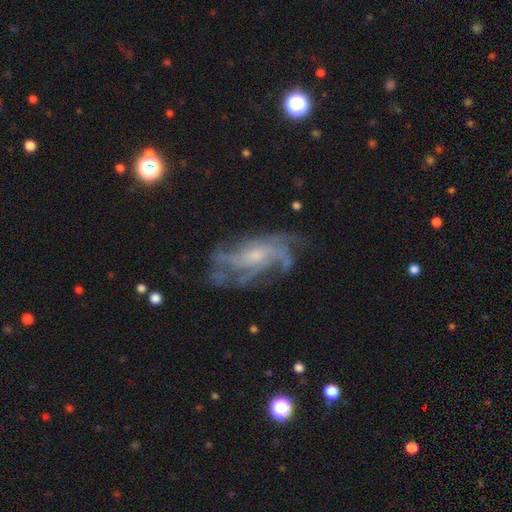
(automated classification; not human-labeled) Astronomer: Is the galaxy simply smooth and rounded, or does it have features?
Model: featured or disk — 84%.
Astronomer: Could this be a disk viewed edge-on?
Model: no — 94%.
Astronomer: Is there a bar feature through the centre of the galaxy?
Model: no — 64%.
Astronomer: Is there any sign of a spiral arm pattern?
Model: yes — 93%.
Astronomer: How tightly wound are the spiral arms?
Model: medium — 44% (runner-up: tight, 37%).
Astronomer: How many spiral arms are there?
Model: can't tell — 29% (runner-up: 4, 26%).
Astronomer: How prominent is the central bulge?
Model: small — 55% (runner-up: moderate, 34%).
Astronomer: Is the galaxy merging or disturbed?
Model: none — 65%.